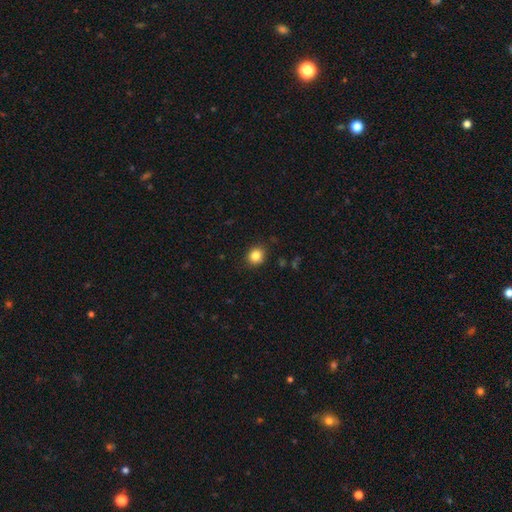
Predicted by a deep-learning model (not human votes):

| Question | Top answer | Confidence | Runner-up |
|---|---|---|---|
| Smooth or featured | smooth | 84% | star or artifact (11%) |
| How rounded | round | 73% | in between (26%) |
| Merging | none | 89% | minor disturbance (8%) |